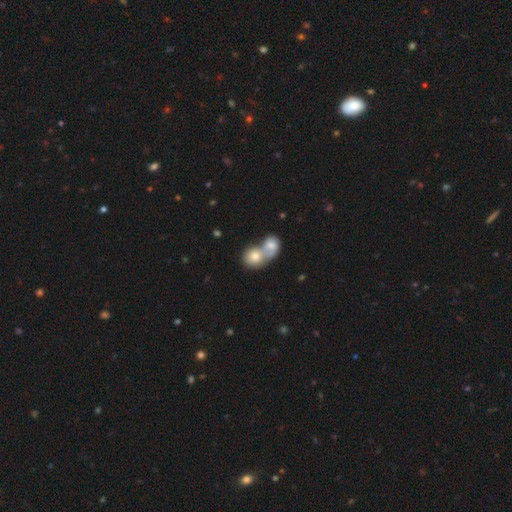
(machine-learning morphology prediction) Smooth or featured: smooth — 72% (featured or disk — 17%)
How rounded: round — 74% (in between — 24%)
Merging: merger — 69% (none — 23%)